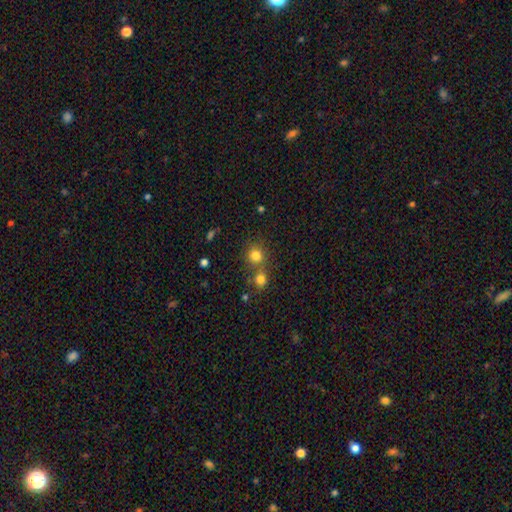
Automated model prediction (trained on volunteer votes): This appears to be a smooth galaxy with no disk features (79%) that is round (88%). Merging: none (58%).